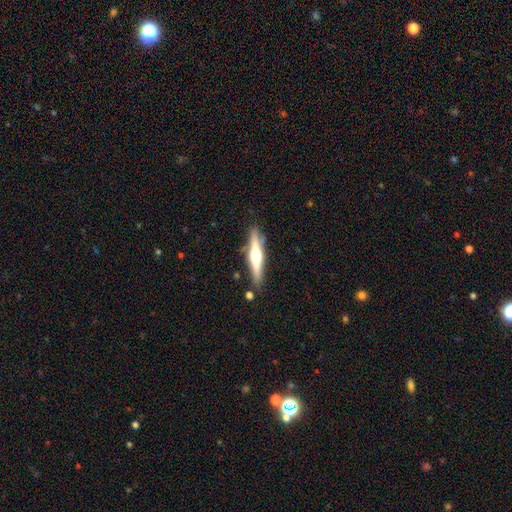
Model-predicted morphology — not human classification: type=featured or disk (63%); edge-on=yes (96%); edge-on bulge=rounded (91%); merging=none (82%).